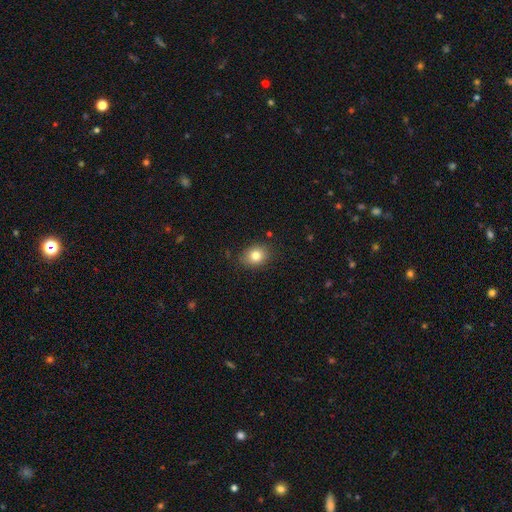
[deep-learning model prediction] The model was most divided on "how rounded": round: 55%, in between: 44%, cigar-shaped: 1%. More confident: merging — none (81%); smooth or featured — smooth (81%).